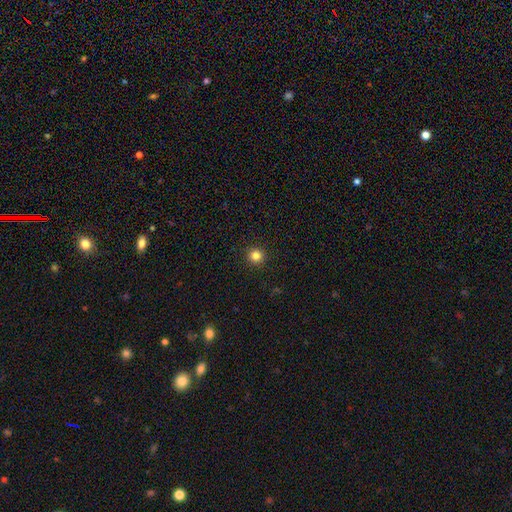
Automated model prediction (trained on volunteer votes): The model was most divided on "smooth or featured": smooth: 83%, star or artifact: 12%, featured or disk: 4%. More confident: how rounded — round (95%); merging — none (94%).